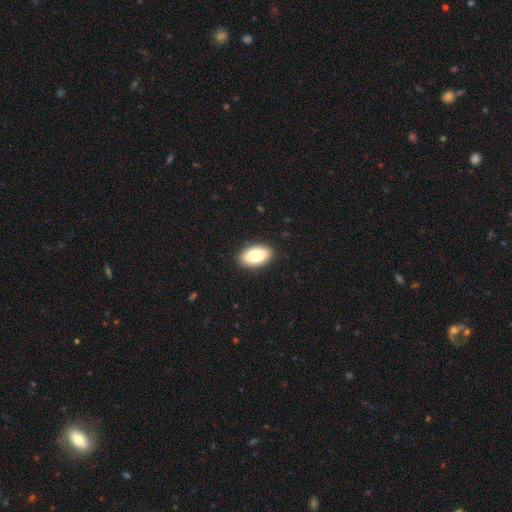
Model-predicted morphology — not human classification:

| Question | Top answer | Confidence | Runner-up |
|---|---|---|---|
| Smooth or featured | smooth | 80% | featured or disk (14%) |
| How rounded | in between | 93% | round (5%) |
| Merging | none | 90% | minor disturbance (7%) |